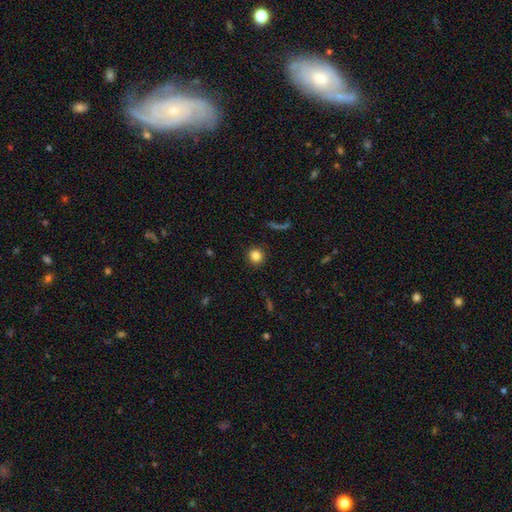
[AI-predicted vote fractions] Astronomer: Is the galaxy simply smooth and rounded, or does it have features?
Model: smooth — 84%.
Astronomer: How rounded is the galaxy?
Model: round — 93%.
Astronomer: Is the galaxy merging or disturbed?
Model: none — 91%.